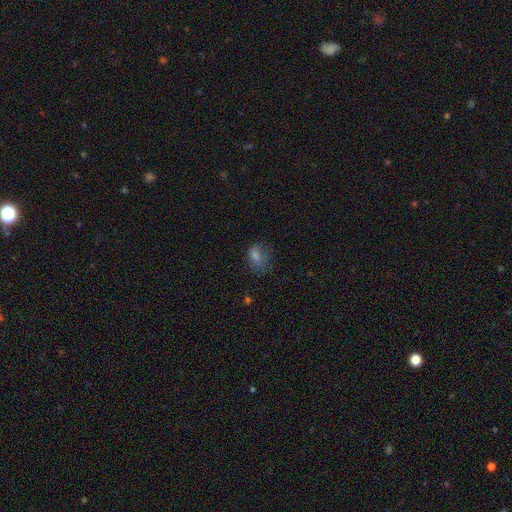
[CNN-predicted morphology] The model was most divided on "merging": none: 51%, minor disturbance: 27%, major disturbance: 20%, merger: 2%. More confident: how rounded — in between (67%); smooth or featured — smooth (65%).